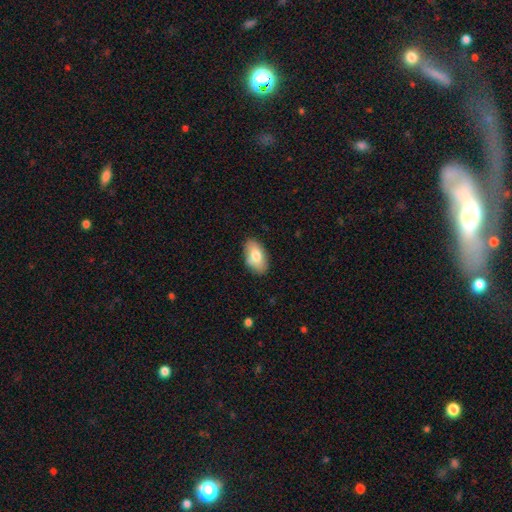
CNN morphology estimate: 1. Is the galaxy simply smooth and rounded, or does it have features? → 77% smooth, 16% featured or disk, 7% star or artifact.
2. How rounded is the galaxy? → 93% in between, 5% round, 2% cigar-shaped.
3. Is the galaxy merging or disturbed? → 83% none, 14% minor disturbance, 3% major disturbance, 1% merger.